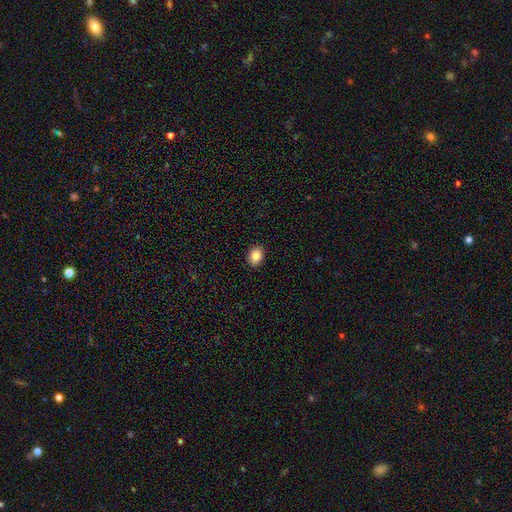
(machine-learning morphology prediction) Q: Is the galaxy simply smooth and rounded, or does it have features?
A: smooth — 84%.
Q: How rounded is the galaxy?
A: in between — 65%.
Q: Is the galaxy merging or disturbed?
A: none — 91%.